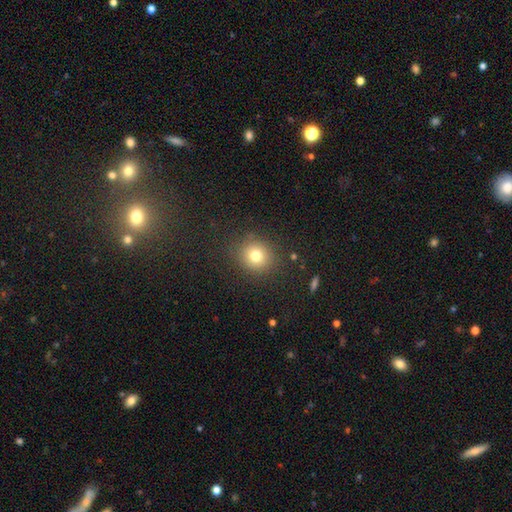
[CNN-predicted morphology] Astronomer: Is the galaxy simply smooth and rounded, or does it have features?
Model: smooth — 77%.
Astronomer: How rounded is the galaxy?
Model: round — 84%.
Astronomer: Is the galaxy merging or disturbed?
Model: none — 86%.